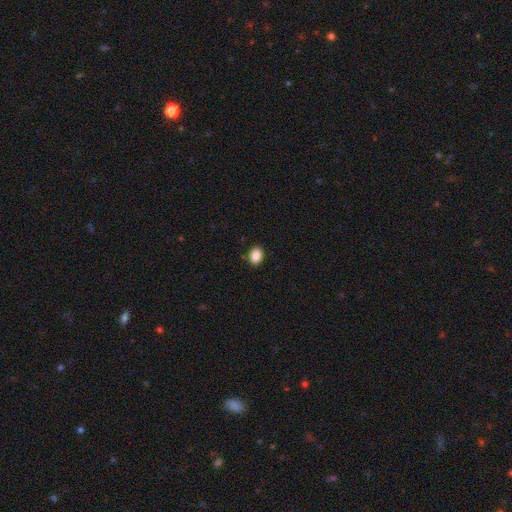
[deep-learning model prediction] A smooth galaxy with no disk features (88%) that is in between round and cigar-shaped (74%). Merging: none (89%).